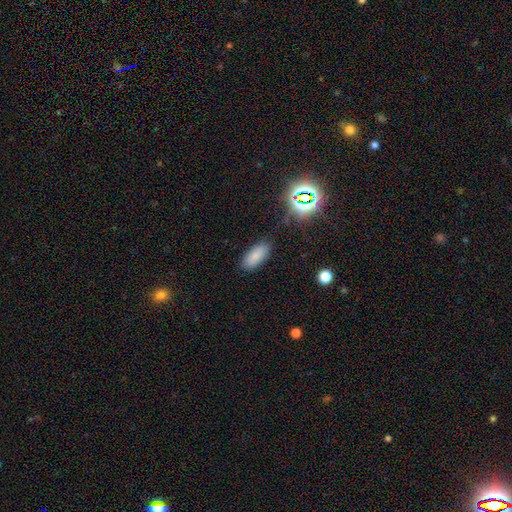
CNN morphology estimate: This appears to be a smooth galaxy with no disk features (81%) that is in between round and cigar-shaped (88%). Merging: none (85%).